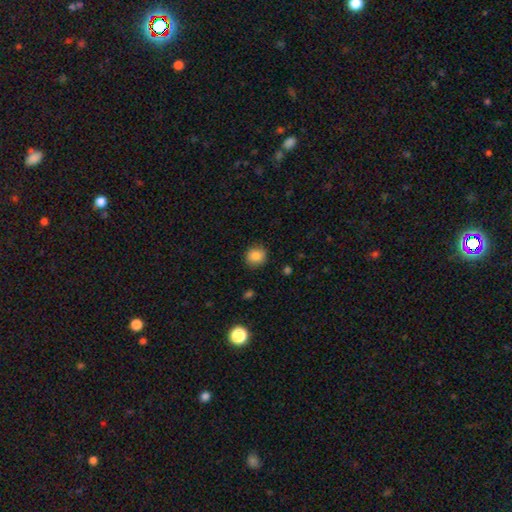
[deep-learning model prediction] smooth 84%, star or artifact 10%, featured or disk 6%. Down the decision tree: how rounded — round (89%); merging — none (86%).